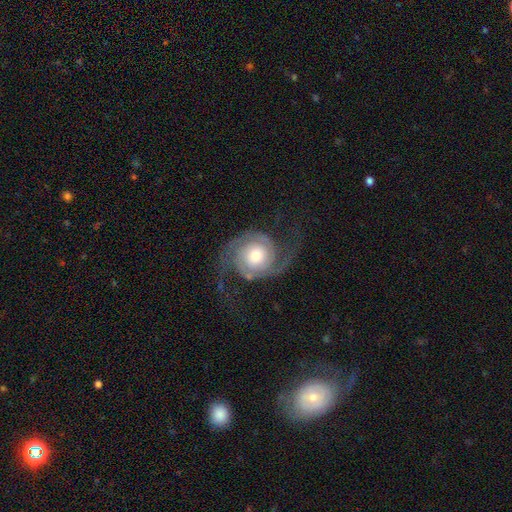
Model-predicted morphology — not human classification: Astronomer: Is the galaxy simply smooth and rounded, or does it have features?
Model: featured or disk — 90%.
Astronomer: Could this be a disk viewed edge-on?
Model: no — 98%.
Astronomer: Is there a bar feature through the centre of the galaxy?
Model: no — 74%.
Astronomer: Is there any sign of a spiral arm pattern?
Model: yes — 98%.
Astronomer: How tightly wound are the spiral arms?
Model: medium — 44% (runner-up: tight, 32%).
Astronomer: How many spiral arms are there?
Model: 2 — 93%.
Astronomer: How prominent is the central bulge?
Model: moderate — 59%.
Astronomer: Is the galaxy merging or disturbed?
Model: none — 72%.